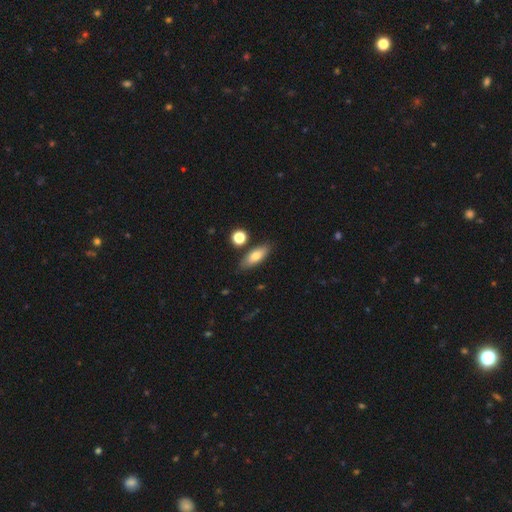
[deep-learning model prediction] A smooth galaxy with no disk features (74%) that is in between round and cigar-shaped (68%). Merging: none (81%).